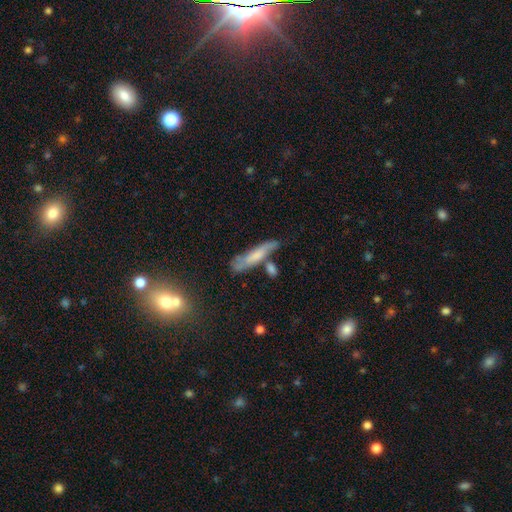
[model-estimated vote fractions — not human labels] This appears to be a smooth galaxy with no disk features (52%) that is cigar-shaped (77%). Merging: none (47%).